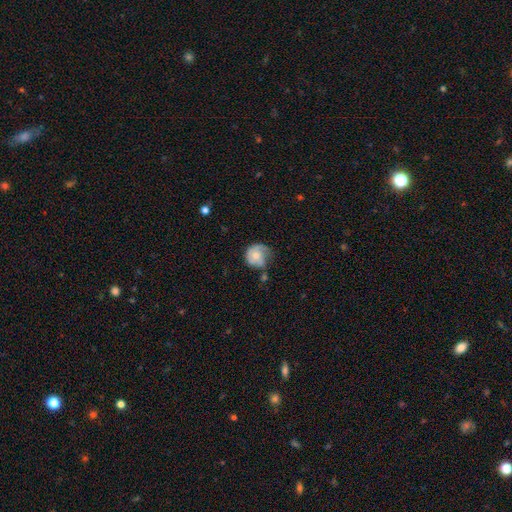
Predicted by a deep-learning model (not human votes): This is possibly a featured or disk galaxy (51%). It is clearly not viewed edge-on (97%). Merging: marginally none (43%).